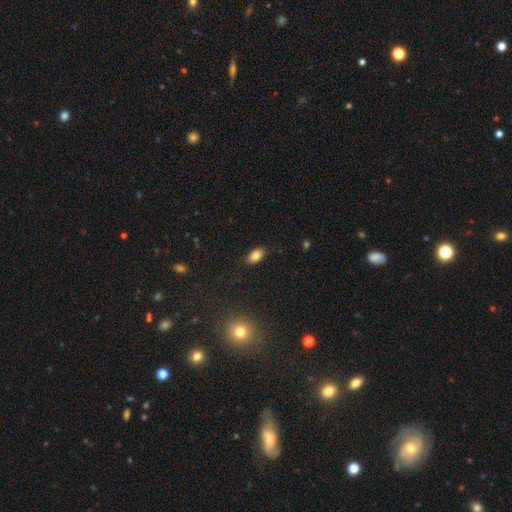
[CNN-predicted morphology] type=smooth (84%); roundness=in between (91%); merging=none (86%).